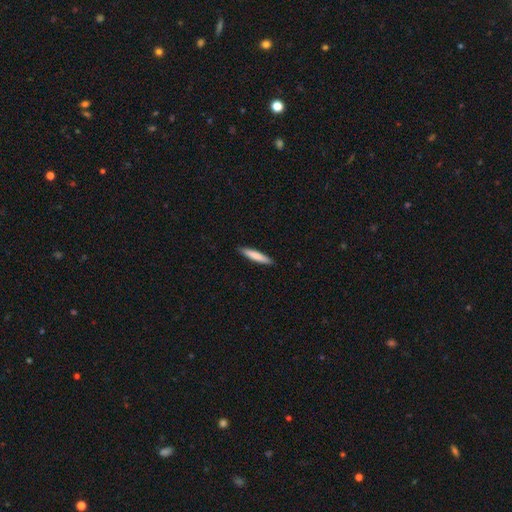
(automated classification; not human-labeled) A smooth galaxy with no disk features (79%) that is cigar-shaped (90%).

Vote fractions:
- Smooth or featured? smooth: 79% / featured or disk: 16% / star or artifact: 5%
- How rounded? cigar-shaped: 90% / in between: 9% / round: 1%
- Merging? none: 91% / minor disturbance: 7% / major disturbance: 1% / merger: 1%